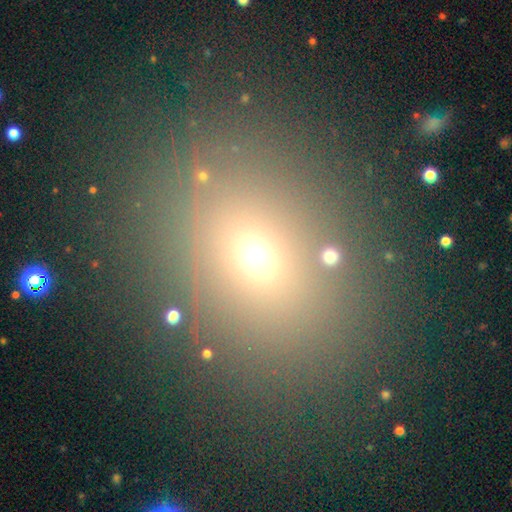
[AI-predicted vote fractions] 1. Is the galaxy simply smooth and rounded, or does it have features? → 63% smooth, 25% star or artifact, 12% featured or disk.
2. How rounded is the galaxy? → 52% in between, 46% round, 2% cigar-shaped.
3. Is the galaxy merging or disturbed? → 81% none, 10% minor disturbance, 5% major disturbance, 4% merger.